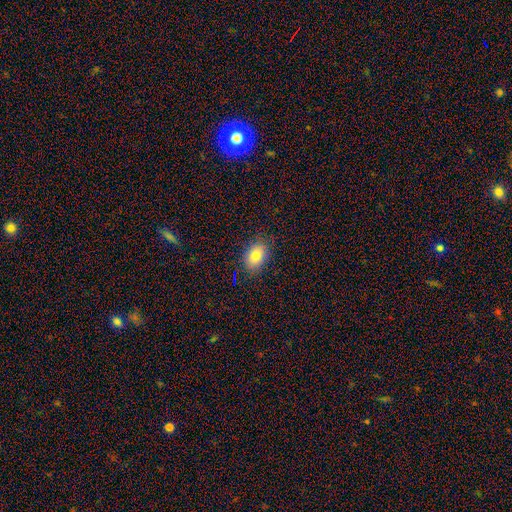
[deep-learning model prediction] smooth-or-featured: smooth: 79% | featured or disk: 10% | star or artifact: 10%
  how-rounded: in between: 81% | round: 18% | cigar-shaped: 1%
  merging: none: 85% | minor disturbance: 11% | major disturbance: 3% | merger: 1%